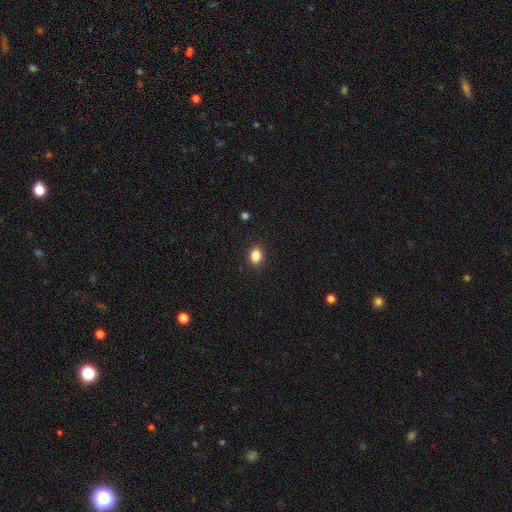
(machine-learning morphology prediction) Smooth or featured: smooth — 86% (star or artifact — 10%)
How rounded: in between — 74% (round — 24%)
Merging: none — 89% (minor disturbance — 8%)